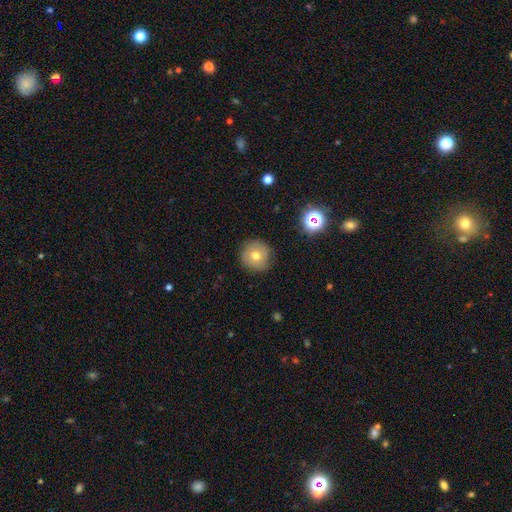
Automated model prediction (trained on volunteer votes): smooth-or-featured: smooth: 63% | featured or disk: 24% | star or artifact: 13%
  how-rounded: round: 94% | in between: 5% | cigar-shaped: 1%
  merging: none: 81% | minor disturbance: 14% | major disturbance: 4% | merger: 1%